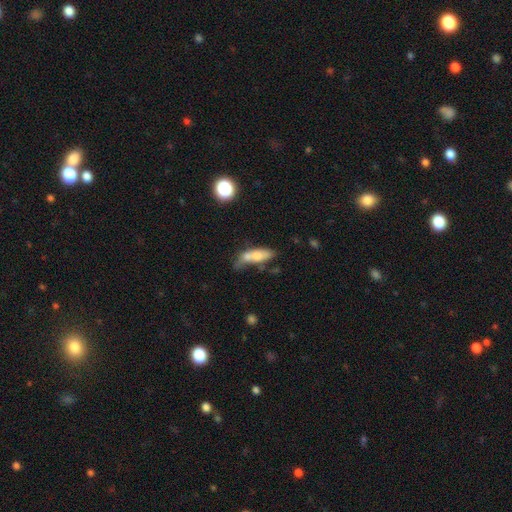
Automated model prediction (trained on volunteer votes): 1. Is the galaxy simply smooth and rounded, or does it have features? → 65% smooth, 27% featured or disk, 9% star or artifact.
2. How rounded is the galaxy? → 57% in between, 39% cigar-shaped, 3% round.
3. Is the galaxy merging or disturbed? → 30% none, 26% merger, 25% minor disturbance, 19% major disturbance.